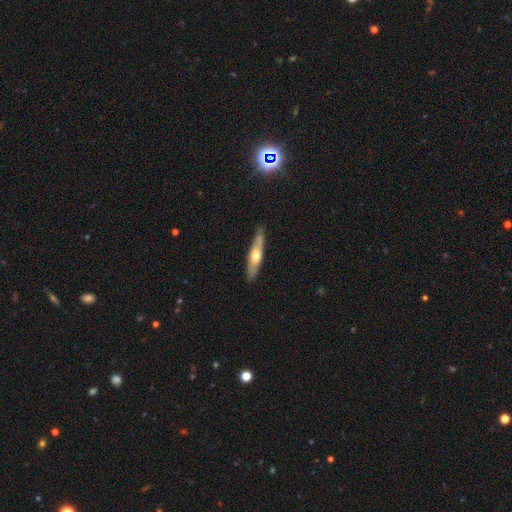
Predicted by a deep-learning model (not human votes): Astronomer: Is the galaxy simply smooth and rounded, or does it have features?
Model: featured or disk — 50% (runner-up: smooth, 45%).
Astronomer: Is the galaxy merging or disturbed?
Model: none — 82%.